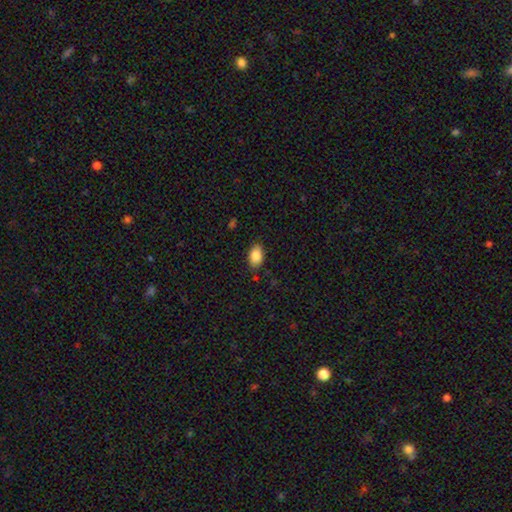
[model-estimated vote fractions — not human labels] A smooth galaxy with no disk features (87%) that is in between round and cigar-shaped (90%). Merging: none (84%).